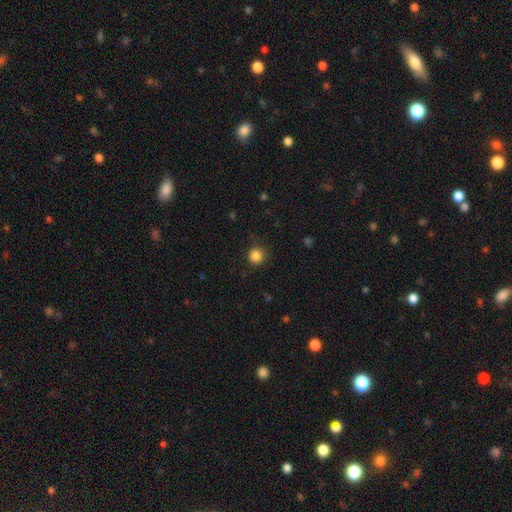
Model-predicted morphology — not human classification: smooth_or_featured: smooth (p=0.85) [alt: star or artifact p=0.11]
how_rounded: round (p=0.95) [alt: in between p=0.05]
merging: none (p=0.86) [alt: minor disturbance p=0.10]